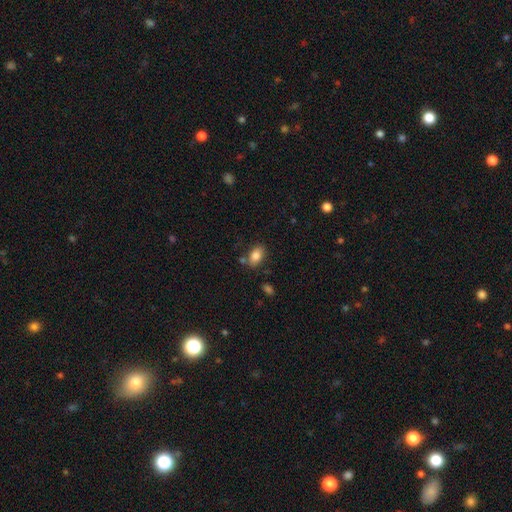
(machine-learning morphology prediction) smooth_or_featured: smooth (p=0.84) [alt: star or artifact p=0.08]
how_rounded: in between (p=0.88) [alt: round p=0.10]
merging: none (p=0.77) [alt: minor disturbance p=0.13]